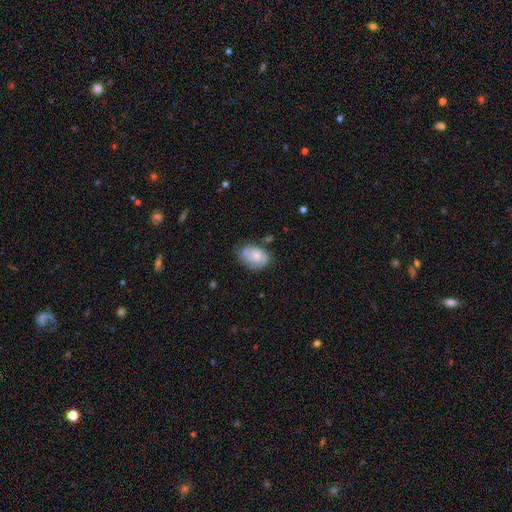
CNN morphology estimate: Smooth or featured: featured or disk — 53% (smooth — 40%)
Edge-on disk: no — 97% (yes — 3%)
Bar: no — 72% (weak — 25%)
Spiral arms: yes — 78% (no — 22%)
Bulge size: moderate — 48% (small — 42%)
Merging: none — 58% (minor disturbance — 28%)